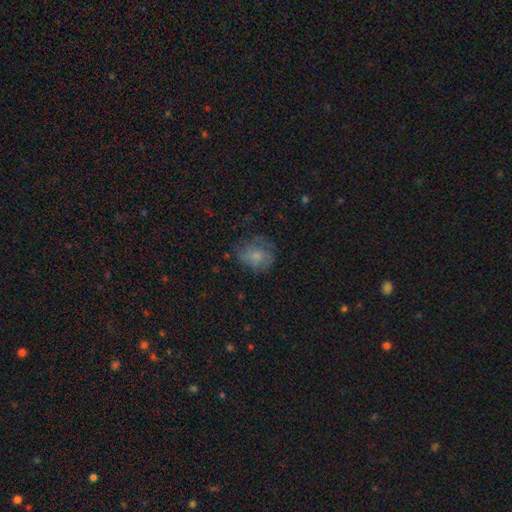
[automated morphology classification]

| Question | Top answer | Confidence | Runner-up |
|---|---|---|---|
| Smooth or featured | smooth | 67% | featured or disk (23%) |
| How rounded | round | 68% | in between (31%) |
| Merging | none | 60% | minor disturbance (25%) |